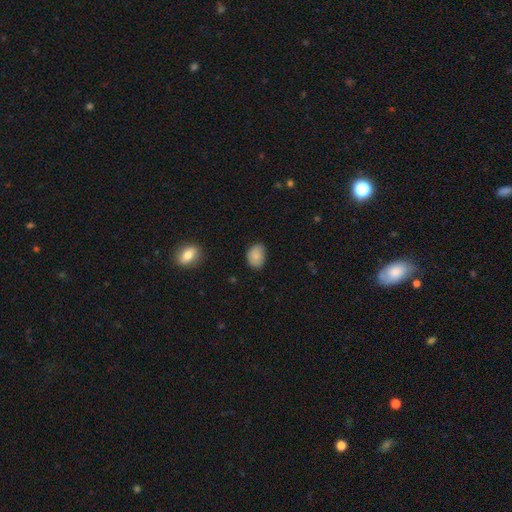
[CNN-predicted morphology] smooth-or-featured: smooth: 84% | featured or disk: 8% | star or artifact: 8%
  how-rounded: in between: 66% | round: 33% | cigar-shaped: 1%
  merging: none: 75% | minor disturbance: 20% | major disturbance: 3% | merger: 1%